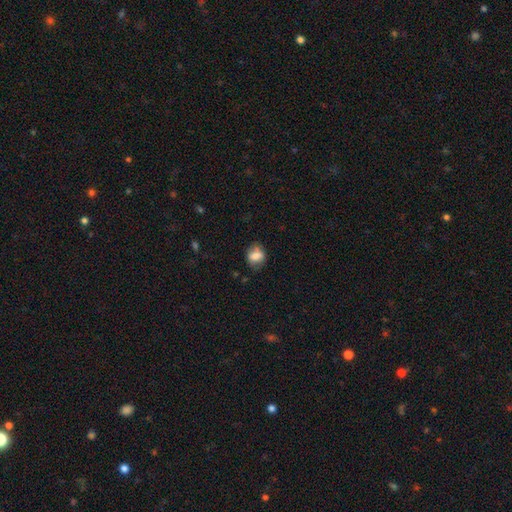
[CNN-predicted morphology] The model was most divided on "how rounded" (2-way tie): in between: 49%, round: 49%, cigar-shaped: 2%. More confident: smooth or featured — smooth (72%); merging — none (72%).